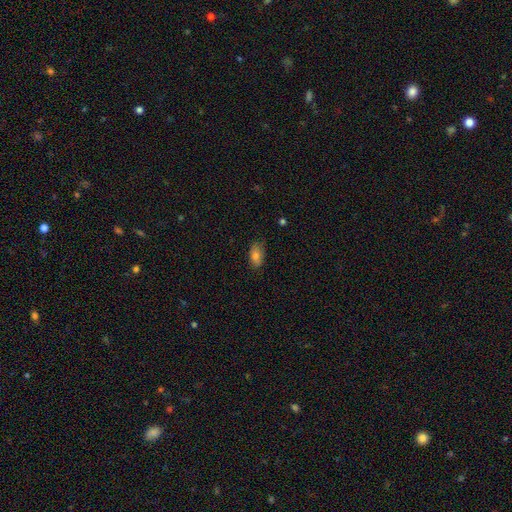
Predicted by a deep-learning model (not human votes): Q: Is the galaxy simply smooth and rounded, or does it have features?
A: smooth — 81%.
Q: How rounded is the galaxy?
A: in between — 90%.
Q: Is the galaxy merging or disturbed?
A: none — 79%.